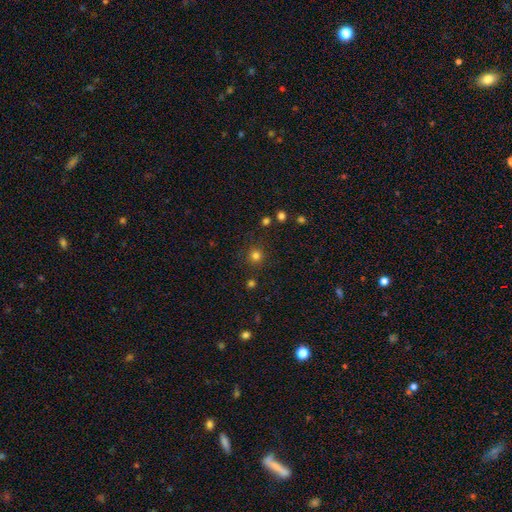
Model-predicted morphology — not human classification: A smooth galaxy with no disk features (78%) that is round (94%). Merging: none (86%).